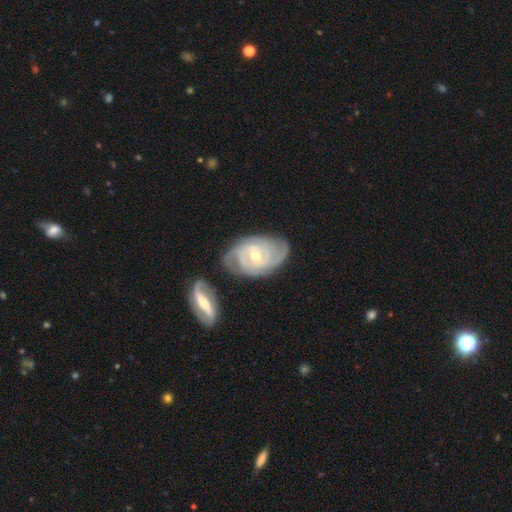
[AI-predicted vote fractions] Smooth or featured? Predicted: featured or disk (p=0.86). Edge-on disk? Predicted: no (p=0.96). Bar? Predicted: no (p=0.54). Spiral arms? Predicted: yes (p=0.95). Spiral winding? Predicted: tight (p=0.70). Spiral arm count? Predicted: 2 (p=0.34). Bulge size? Predicted: moderate (p=0.52). Merging? Predicted: none (p=0.65).